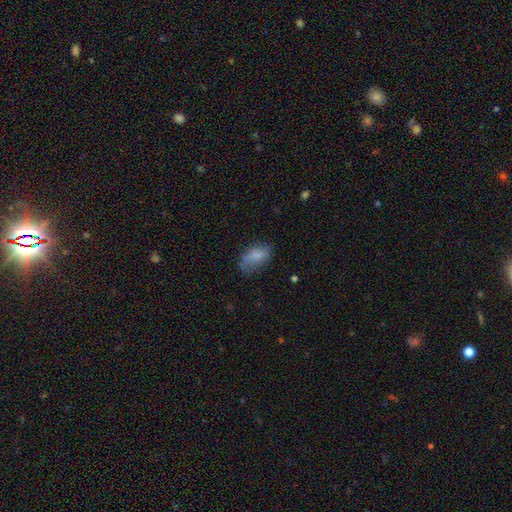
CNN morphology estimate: Smooth or featured? Predicted: smooth (p=0.75). How rounded? Predicted: in between (p=0.91). Merging? Predicted: none (p=0.52).